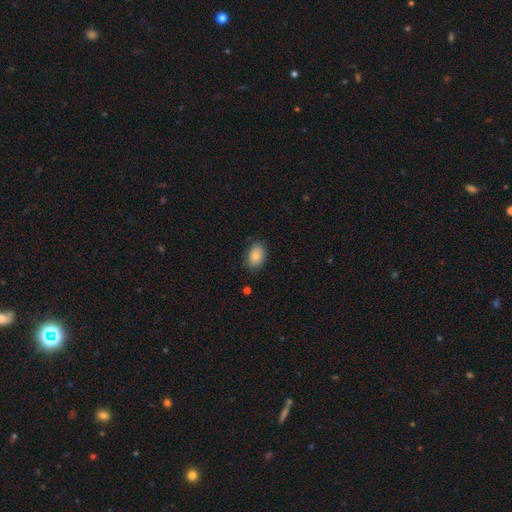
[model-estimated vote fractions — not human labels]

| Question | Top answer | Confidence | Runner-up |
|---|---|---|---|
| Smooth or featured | smooth | 84% | featured or disk (9%) |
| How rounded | in between | 86% | round (13%) |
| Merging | none | 80% | minor disturbance (16%) |